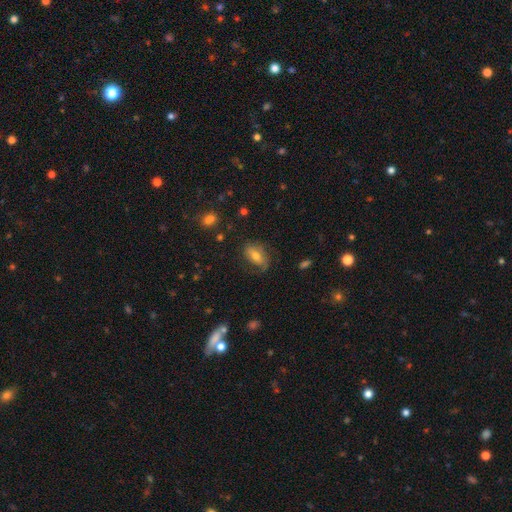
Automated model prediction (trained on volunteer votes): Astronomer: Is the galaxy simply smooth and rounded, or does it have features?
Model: smooth — 57% (runner-up: featured or disk, 33%).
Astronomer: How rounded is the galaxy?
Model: in between — 85%.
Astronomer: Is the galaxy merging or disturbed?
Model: none — 60%.